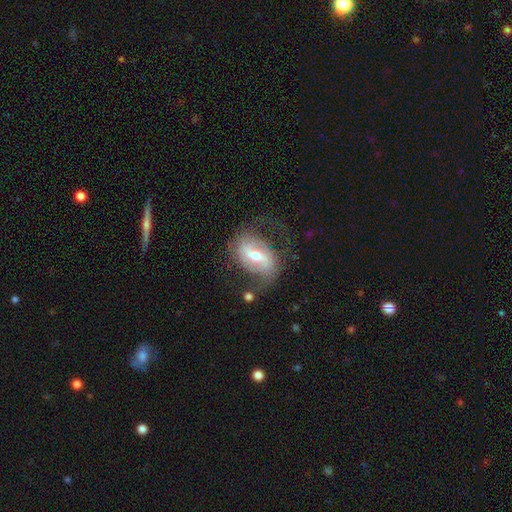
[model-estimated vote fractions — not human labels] smooth_or_featured: featured or disk (p=0.78) [alt: smooth p=0.15]
disk_edge_on: no (p=0.95) [alt: yes p=0.05]
bar: strong (p=0.43) [alt: weak p=0.42]
has_spiral_arms: yes (p=0.86) [alt: no p=0.14]
spiral_winding: loose (p=0.50) [alt: medium p=0.36]
spiral_arm_count: 2 (p=0.82) [alt: can't tell p=0.09]
bulge_size: moderate (p=0.59) [alt: small p=0.35]
merging: none (p=0.55) [alt: major disturbance p=0.21]